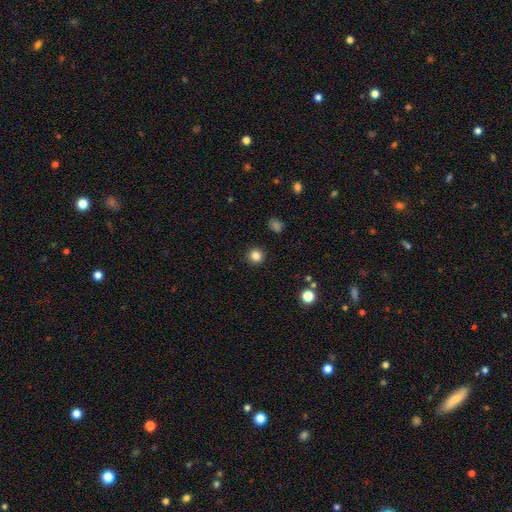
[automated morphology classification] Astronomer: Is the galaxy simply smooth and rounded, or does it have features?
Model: smooth — 84%.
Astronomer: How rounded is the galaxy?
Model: round — 94%.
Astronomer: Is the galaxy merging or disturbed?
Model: none — 92%.